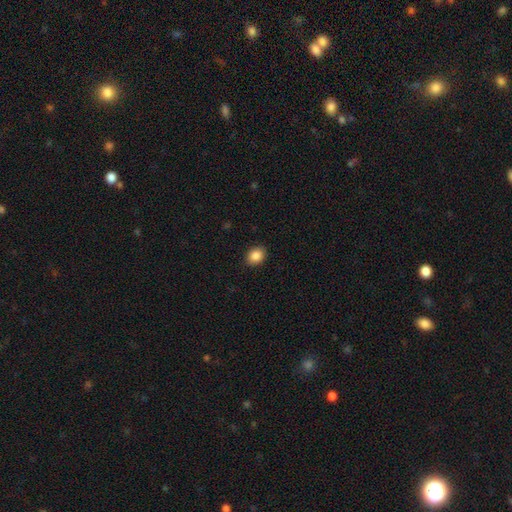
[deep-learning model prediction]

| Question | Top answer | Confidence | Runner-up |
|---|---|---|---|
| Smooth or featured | smooth | 88% | star or artifact (9%) |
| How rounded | in between | 55% | round (44%) |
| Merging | none | 89% | minor disturbance (8%) |